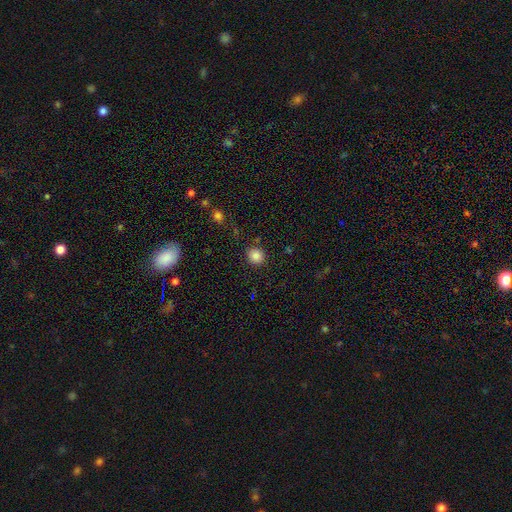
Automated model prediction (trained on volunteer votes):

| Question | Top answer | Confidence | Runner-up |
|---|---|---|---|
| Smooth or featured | smooth | 85% | star or artifact (11%) |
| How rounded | round | 85% | in between (14%) |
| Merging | none | 87% | minor disturbance (8%) |